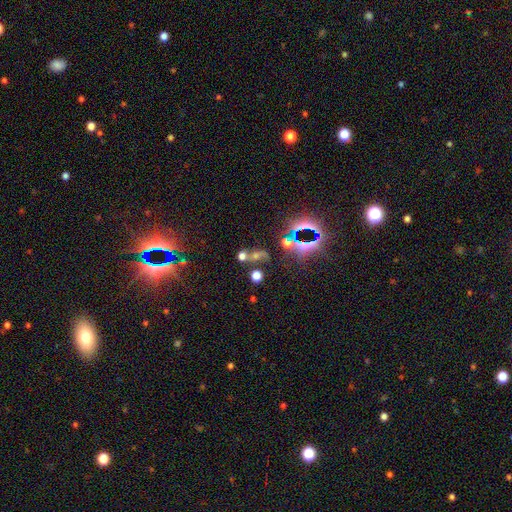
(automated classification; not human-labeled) Q: Smooth or featured?
A: star or artifact (51%); runner-up: smooth (30%)